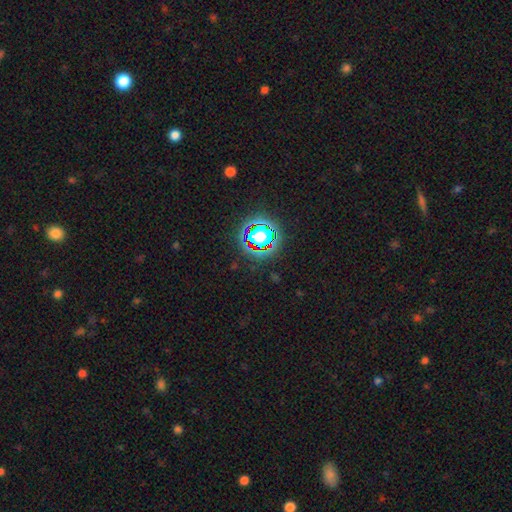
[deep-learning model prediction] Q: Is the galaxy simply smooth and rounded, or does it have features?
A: star or artifact — 81%.